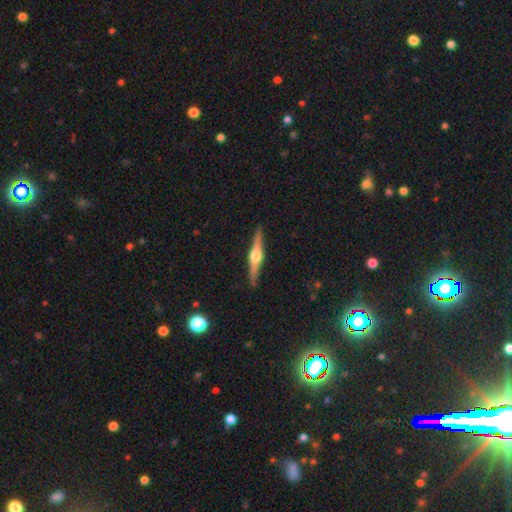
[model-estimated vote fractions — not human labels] This appears to be a featured or disk galaxy (77%) viewed edge-on (98%) with a rounded central bulge (94%). Merging: none (90%).